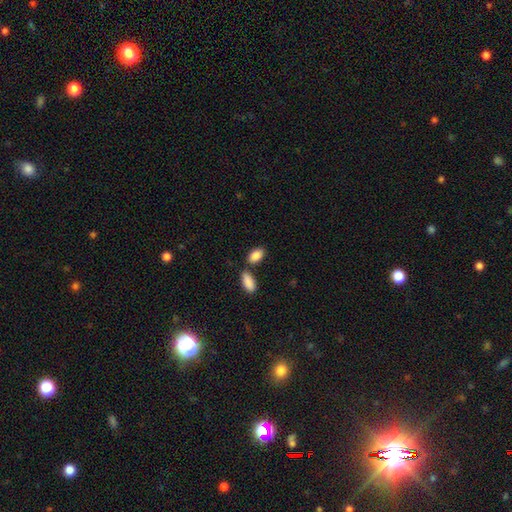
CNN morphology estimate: A smooth galaxy with no disk features (89%) that is in between round and cigar-shaped (92%). Merging: none (67%).